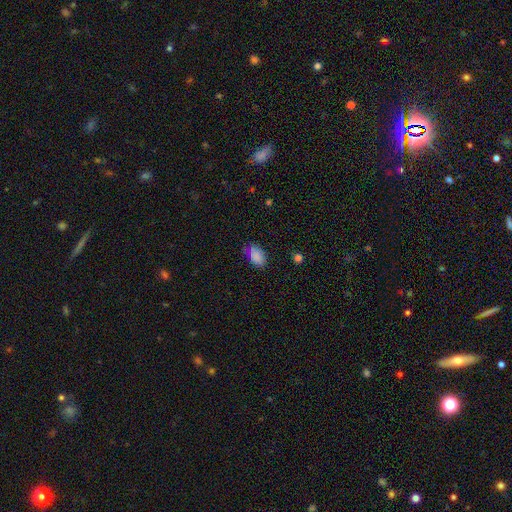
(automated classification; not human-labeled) smooth-or-featured: smooth: 85% | star or artifact: 9% | featured or disk: 6%
  how-rounded: in between: 89% | round: 9% | cigar-shaped: 2%
  merging: none: 66% | minor disturbance: 25% | major disturbance: 6% | merger: 3%